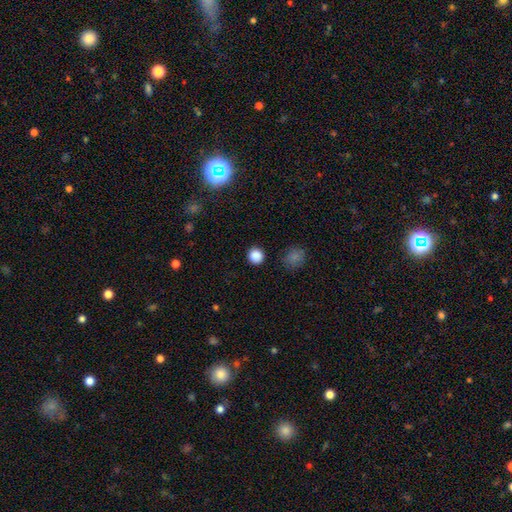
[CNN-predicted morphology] Overall: smooth (86%). How rounded: round (93%). Merging: none (90%).